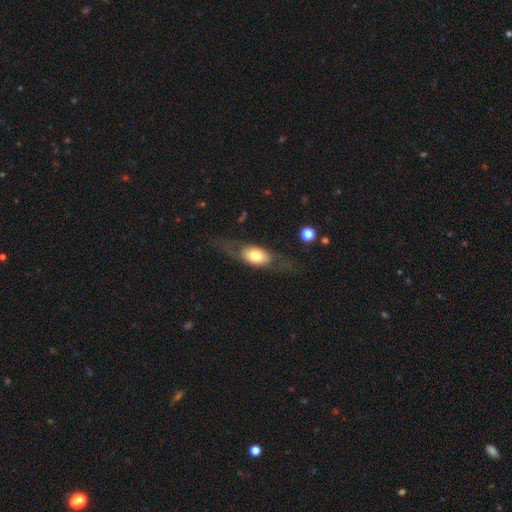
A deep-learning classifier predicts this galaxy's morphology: Smooth or featured: smooth — 50% (featured or disk — 43%)
How rounded: in between — 71% (cigar-shaped — 16%)
Merging: none — 66% (minor disturbance — 17%)